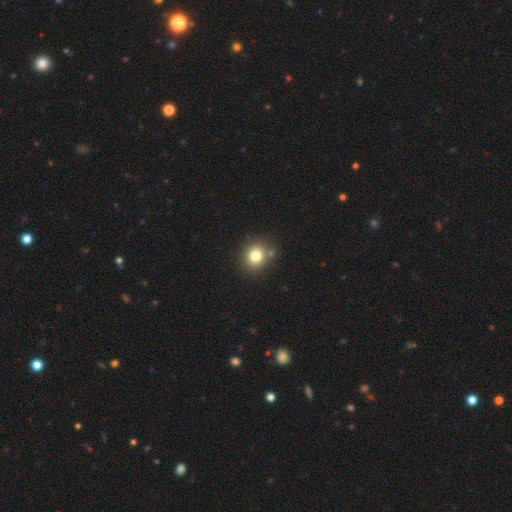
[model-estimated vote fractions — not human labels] smooth 80%, star or artifact 12%, featured or disk 8%. Down the decision tree: how rounded — round (78%); merging — none (80%).